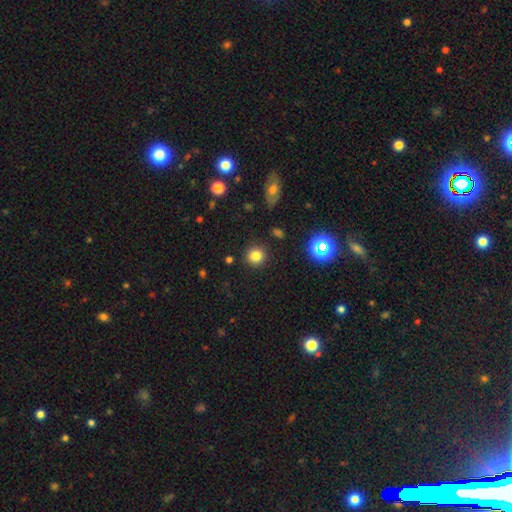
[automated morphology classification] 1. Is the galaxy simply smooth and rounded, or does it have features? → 80% smooth, 15% star or artifact, 5% featured or disk.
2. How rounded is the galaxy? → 91% round, 8% in between, 1% cigar-shaped.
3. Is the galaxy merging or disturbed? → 89% none, 7% minor disturbance, 3% major disturbance, 2% merger.